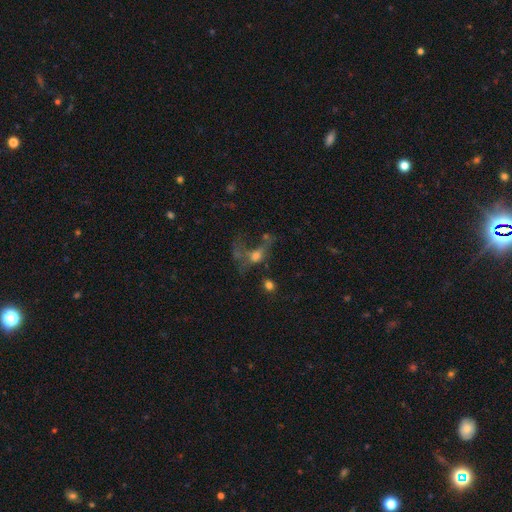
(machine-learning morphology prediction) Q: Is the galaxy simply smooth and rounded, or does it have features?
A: smooth — 41%.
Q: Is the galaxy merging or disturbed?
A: major disturbance — 45%.